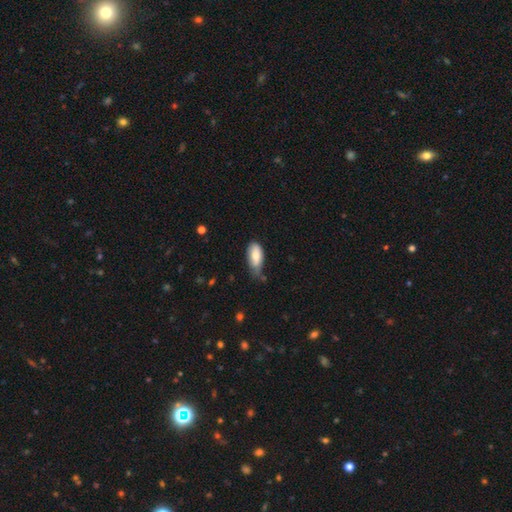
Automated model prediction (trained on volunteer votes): This appears to be a smooth galaxy with no disk features (76%) that is in between round and cigar-shaped (90%). Merging: minor disturbance (43%, tied with none).